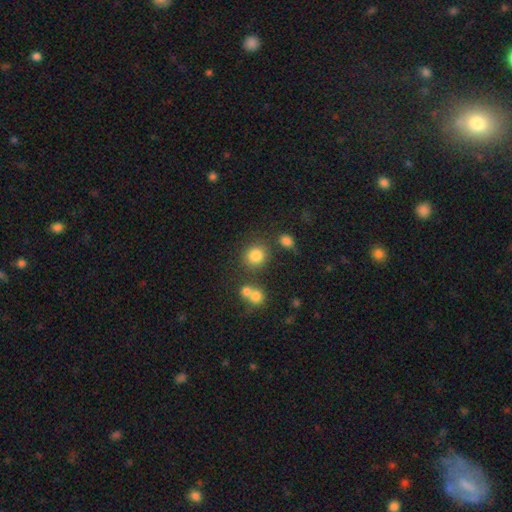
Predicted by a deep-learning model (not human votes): smooth-or-featured: smooth: 81% | star or artifact: 12% | featured or disk: 7%
  how-rounded: round: 85% | in between: 14% | cigar-shaped: 1%
  merging: none: 75% | merger: 11% | minor disturbance: 10% | major disturbance: 4%